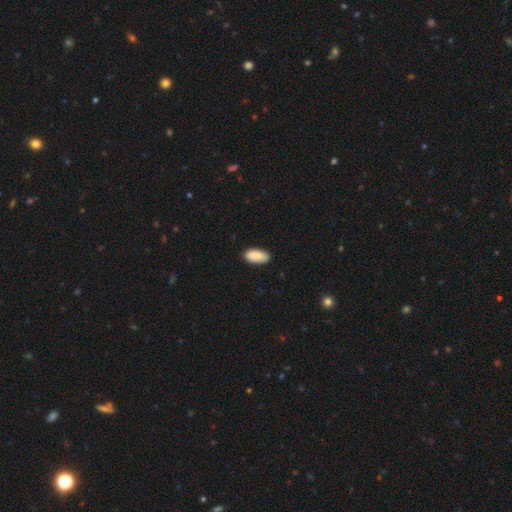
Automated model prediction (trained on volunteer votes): This is clearly a smooth galaxy (89%). How rounded: clearly in between (91%). Merging: clearly none (86%).